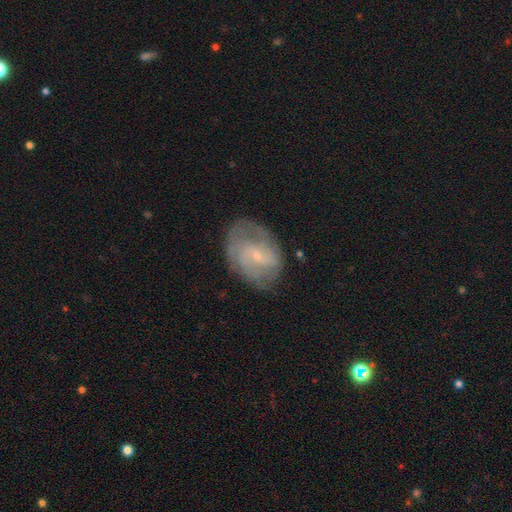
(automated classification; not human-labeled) Q: Smooth or featured?
A: featured or disk (71%); runner-up: smooth (22%)
Q: Edge-on disk?
A: no (97%); runner-up: yes (3%)
Q: Bar?
A: weak (47%); runner-up: no (43%)
Q: Spiral arms?
A: yes (84%); runner-up: no (16%)
Q: Spiral winding?
A: medium (42%); runner-up: tight (37%)
Q: Spiral arm count?
A: 2 (41%); runner-up: can't tell (36%)
Q: Bulge size?
A: small (77%); runner-up: moderate (16%)
Q: Merging?
A: none (65%); runner-up: minor disturbance (22%)